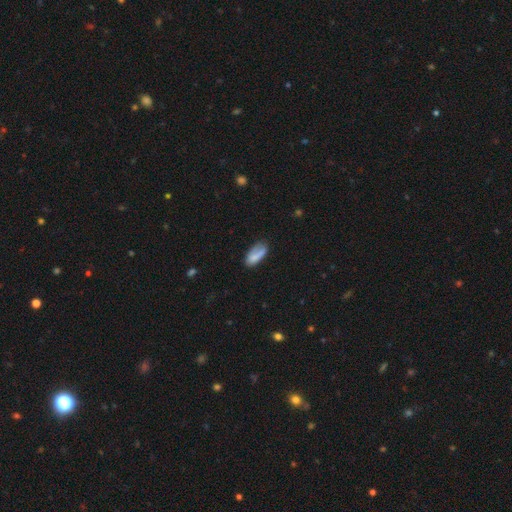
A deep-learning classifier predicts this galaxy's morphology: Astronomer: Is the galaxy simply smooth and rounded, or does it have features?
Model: smooth — 76%.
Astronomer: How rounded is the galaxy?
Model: in between — 83%.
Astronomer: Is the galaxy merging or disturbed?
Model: none — 57%.